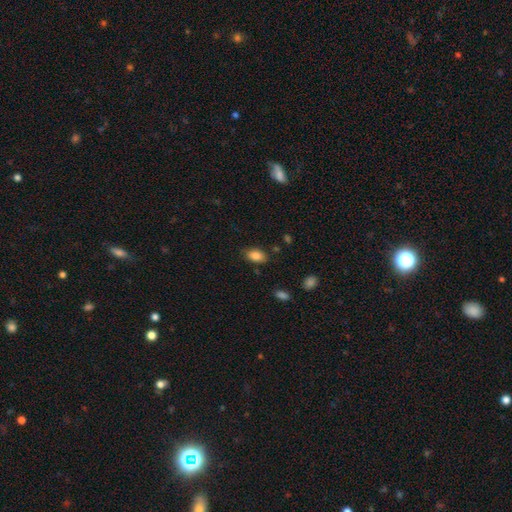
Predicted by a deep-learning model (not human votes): This appears to be a smooth galaxy with no disk features (85%) that is in between round and cigar-shaped (89%). Merging: none (80%).